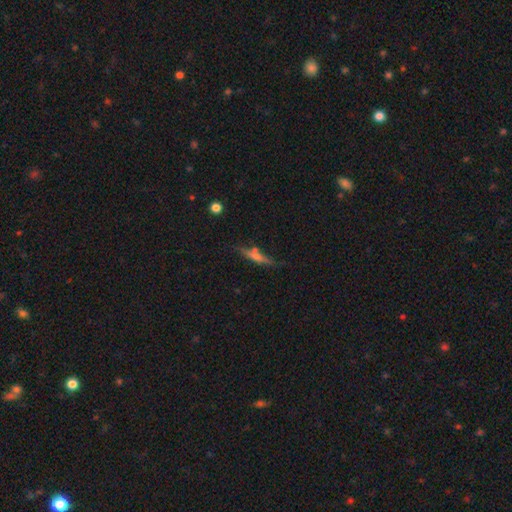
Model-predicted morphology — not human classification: Smooth or featured?
  - smooth: 49% *
  - featured or disk: 42%
  - star or artifact: 9%
Merging?
  - none: 71% *
  - minor disturbance: 17%
  - merger: 8%
  - major disturbance: 5%